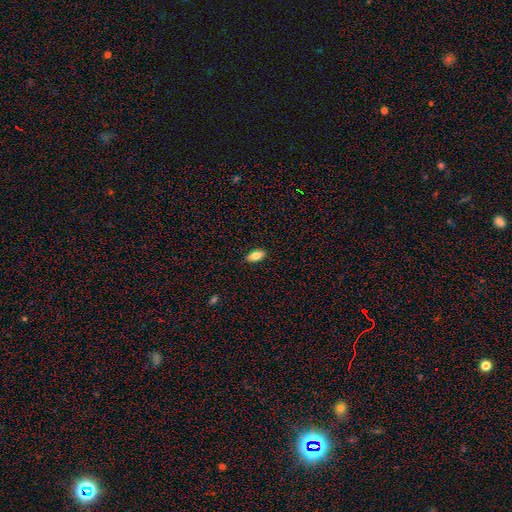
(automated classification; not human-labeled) This appears to be a smooth galaxy with no disk features (82%) that is in between round and cigar-shaped (88%). Merging: none (88%).